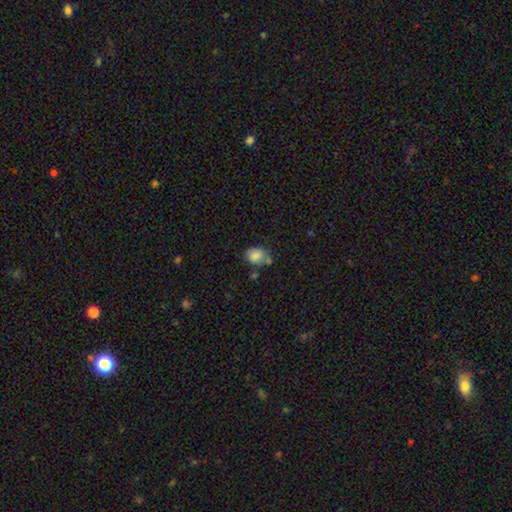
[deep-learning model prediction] Smooth or featured? smooth (83%)
How rounded? in between (58%)
Merging? none (53%)